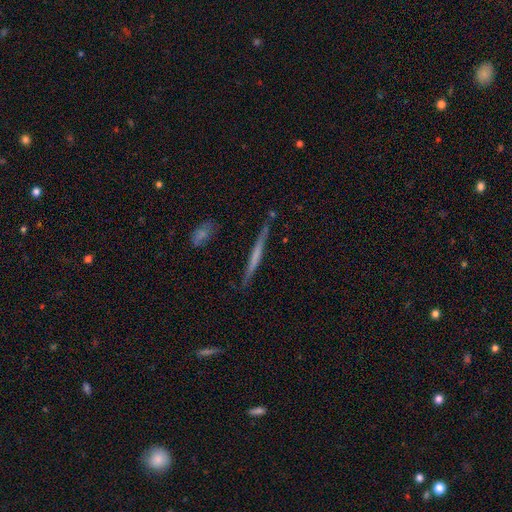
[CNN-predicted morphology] The model was most divided on "smooth or featured": featured or disk: 50%, smooth: 44%, star or artifact: 6%. More confident: merging — none (85%).